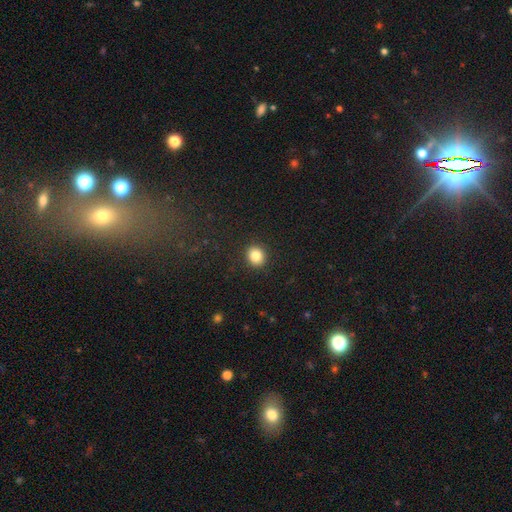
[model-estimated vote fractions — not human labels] This appears to be a smooth galaxy with no disk features (84%) that is round (76%). Merging: none (91%).